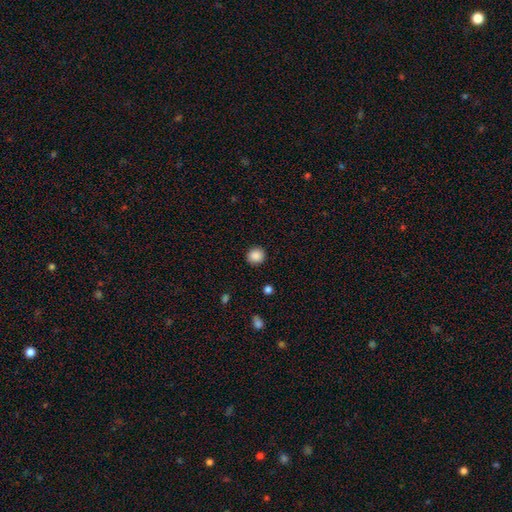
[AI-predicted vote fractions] The model was most divided on "smooth or featured": smooth: 88%, star or artifact: 9%, featured or disk: 3%. More confident: merging — none (91%); how rounded — round (90%).